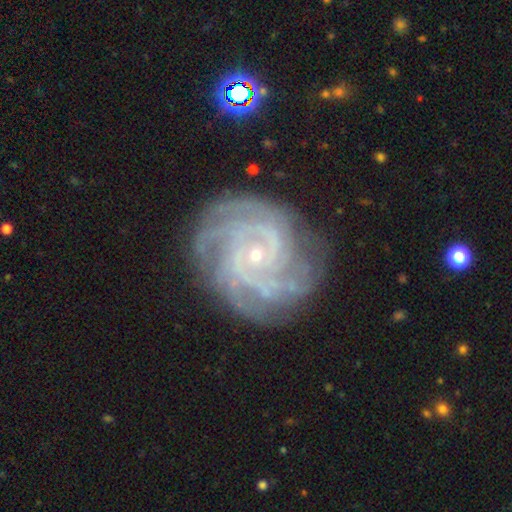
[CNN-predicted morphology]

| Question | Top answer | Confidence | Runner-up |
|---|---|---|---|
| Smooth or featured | featured or disk | 89% | star or artifact (6%) |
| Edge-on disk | no | 97% | yes (3%) |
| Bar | no | 68% | weak (24%) |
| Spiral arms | yes | 98% | no (2%) |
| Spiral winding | tight | 69% | medium (26%) |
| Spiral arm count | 4 | 24% | can't tell (20%) |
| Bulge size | small | 86% | moderate (10%) |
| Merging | none | 77% | minor disturbance (16%) |